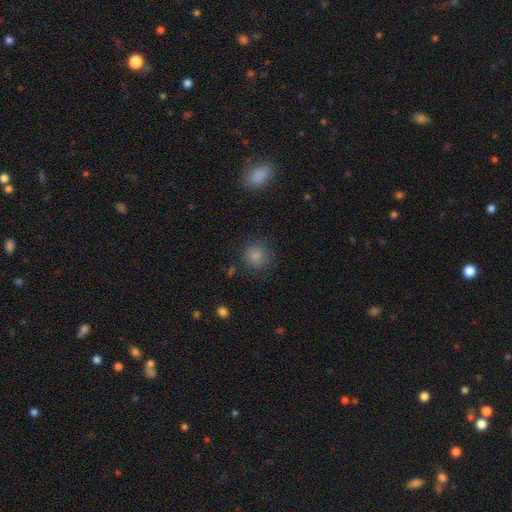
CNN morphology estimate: Smooth or featured? smooth (84%)
How rounded? round (90%)
Merging? none (81%)